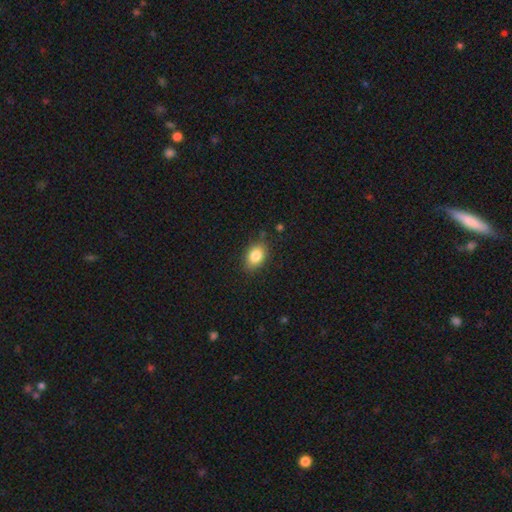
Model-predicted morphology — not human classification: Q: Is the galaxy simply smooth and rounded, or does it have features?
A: smooth — 84%.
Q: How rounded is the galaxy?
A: in between — 80%.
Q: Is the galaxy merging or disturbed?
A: none — 83%.